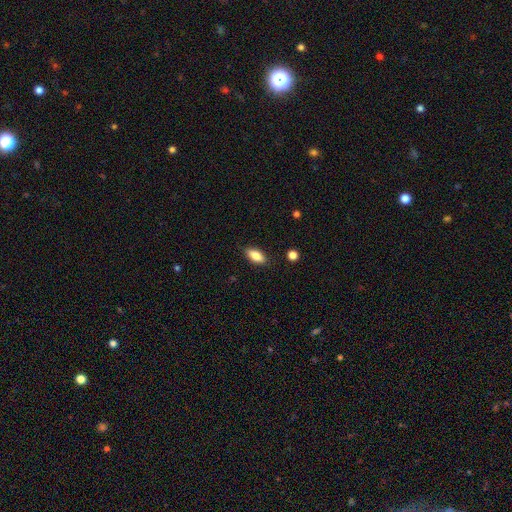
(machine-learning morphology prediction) This is clearly a smooth galaxy (84%). How rounded: clearly in between (85%). Merging: clearly none (86%).